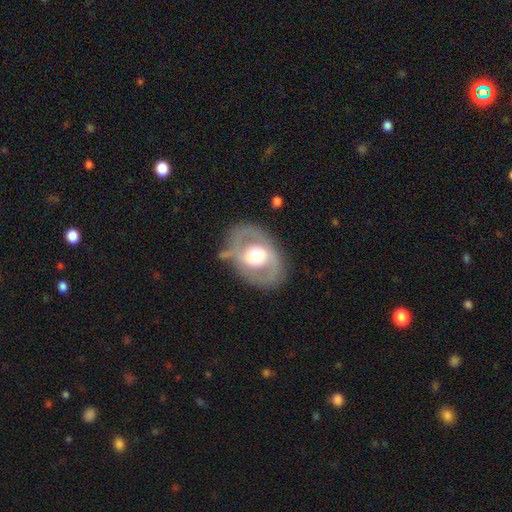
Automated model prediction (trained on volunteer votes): This appears to be a featured or disk galaxy (62%) with no bar (62%), no spiral arms (60%) and a moderate central bulge (55%). Merging: none (67%).